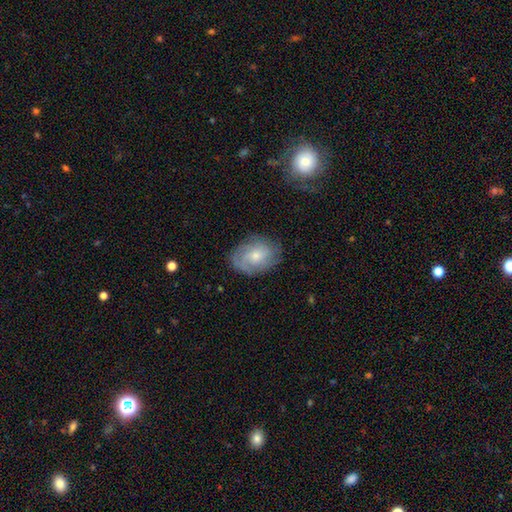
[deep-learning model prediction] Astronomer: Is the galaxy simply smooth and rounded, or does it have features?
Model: featured or disk — 52% (runner-up: smooth, 40%).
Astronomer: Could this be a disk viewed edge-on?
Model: no — 95%.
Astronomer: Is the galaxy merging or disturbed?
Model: none — 74%.